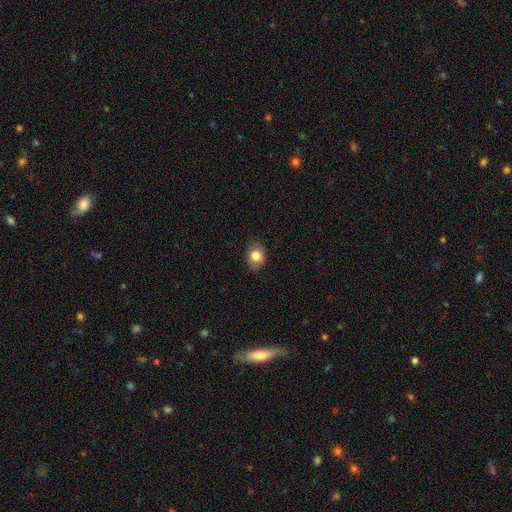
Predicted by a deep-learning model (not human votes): This appears to be a smooth galaxy with no disk features (82%) that is round (52%). Merging: none (80%).